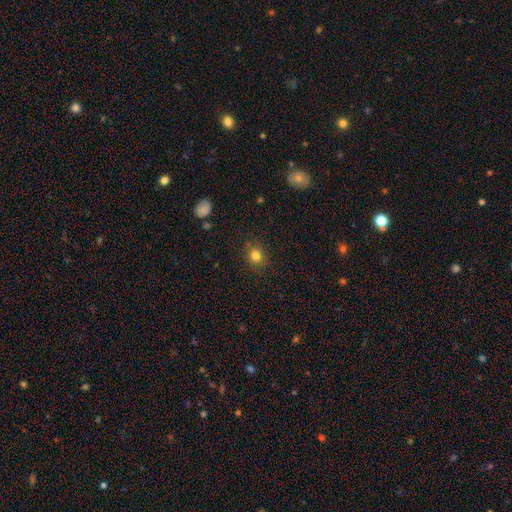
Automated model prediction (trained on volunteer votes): smooth_or_featured: smooth (p=0.81) [alt: star or artifact p=0.13]
how_rounded: round (p=0.81) [alt: in between p=0.18]
merging: none (p=0.86) [alt: minor disturbance p=0.10]